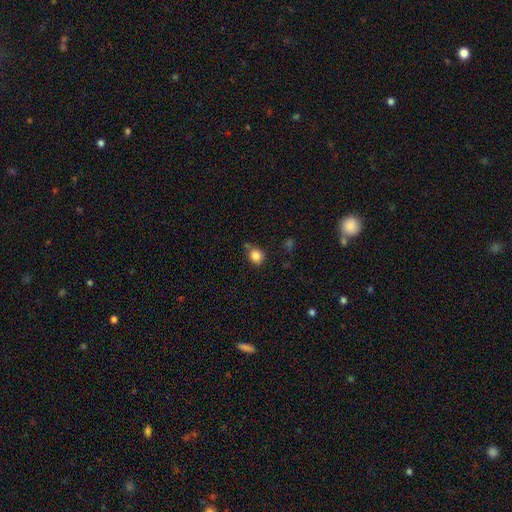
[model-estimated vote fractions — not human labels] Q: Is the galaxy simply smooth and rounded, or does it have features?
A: smooth — 84%.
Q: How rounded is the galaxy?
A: round — 70%.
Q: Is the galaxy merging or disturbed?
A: none — 68%.